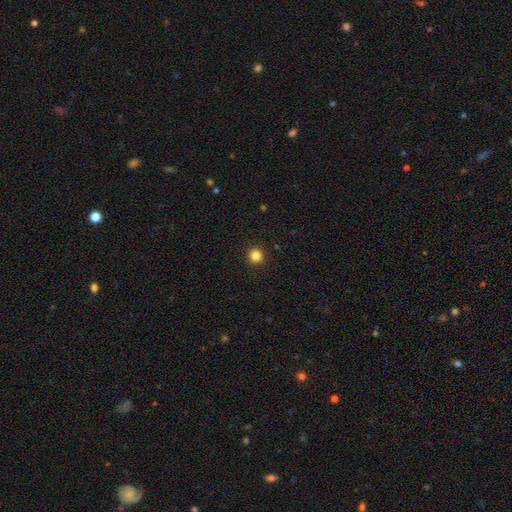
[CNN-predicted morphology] smooth 84%, star or artifact 12%, featured or disk 4%. Down the decision tree: how rounded — round (95%); merging — none (93%).